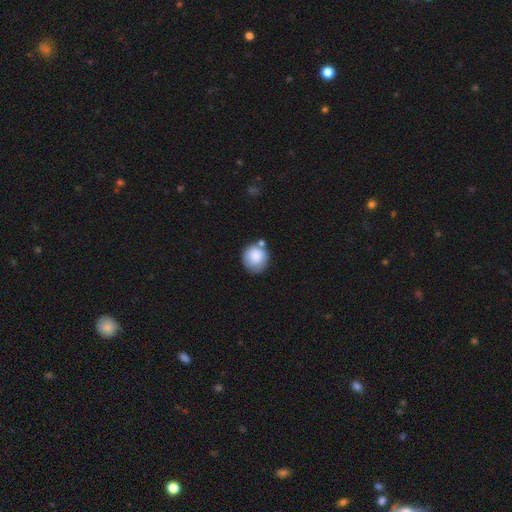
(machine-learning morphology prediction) A smooth galaxy with no disk features (85%) that is round (88%).

Vote fractions:
- Smooth or featured? smooth: 85% / featured or disk: 8% / star or artifact: 7%
- How rounded? round: 88% / in between: 11% / cigar-shaped: 1%
- Merging? none: 63% / minor disturbance: 17% / merger: 15% / major disturbance: 5%